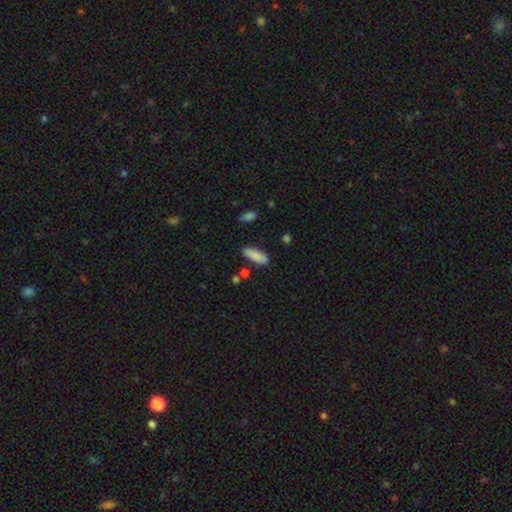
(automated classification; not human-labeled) The model was most divided on "how rounded": in between: 65%, cigar-shaped: 34%, round: 2%. More confident: smooth or featured — smooth (86%); merging — none (80%).